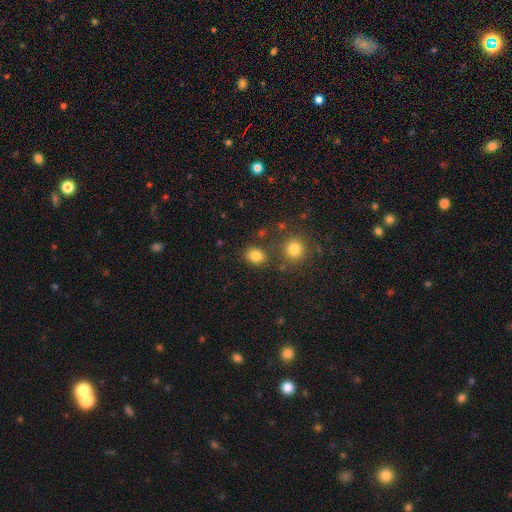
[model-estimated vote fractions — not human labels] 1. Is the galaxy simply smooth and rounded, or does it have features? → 83% smooth, 12% star or artifact, 5% featured or disk.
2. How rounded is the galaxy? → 52% round, 47% in between, 1% cigar-shaped.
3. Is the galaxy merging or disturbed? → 79% none, 10% minor disturbance, 7% merger, 4% major disturbance.